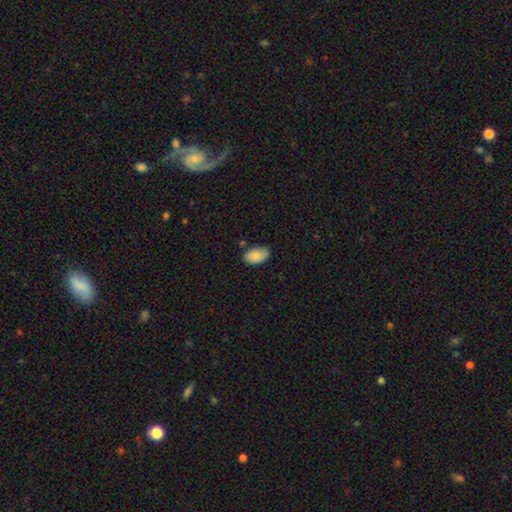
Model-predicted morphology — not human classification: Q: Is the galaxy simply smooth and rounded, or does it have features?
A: smooth — 87%.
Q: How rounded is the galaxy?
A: in between — 94%.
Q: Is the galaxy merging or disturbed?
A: none — 79%.